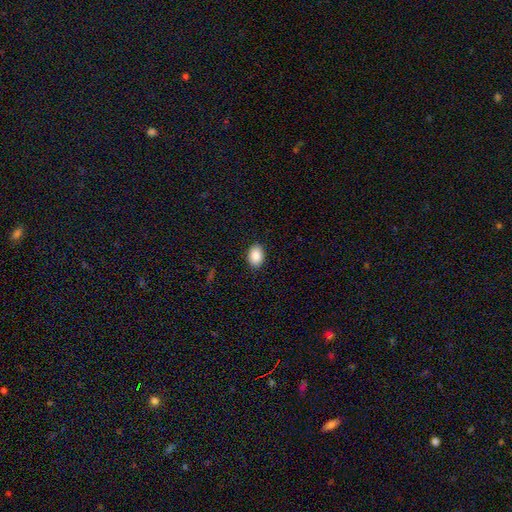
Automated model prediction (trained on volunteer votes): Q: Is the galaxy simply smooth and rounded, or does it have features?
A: smooth — 89%.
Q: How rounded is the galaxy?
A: in between — 82%.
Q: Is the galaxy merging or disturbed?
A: none — 89%.